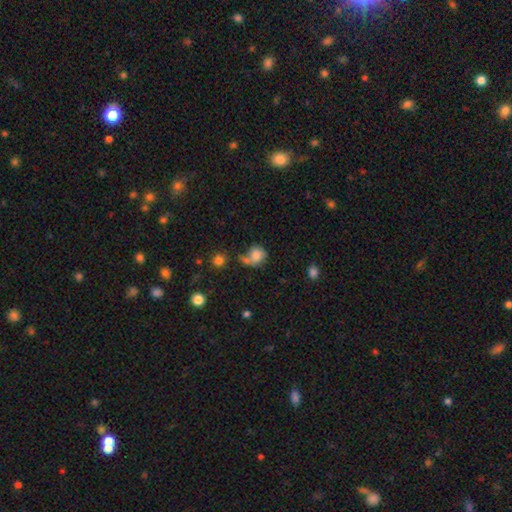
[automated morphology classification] Smooth or featured? Predicted: smooth (p=0.71). How rounded? Predicted: round (p=0.60). Merging? Predicted: none (p=0.33).